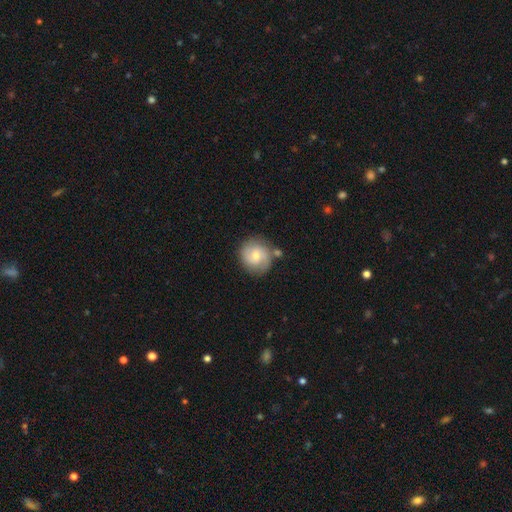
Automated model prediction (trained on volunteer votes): Smooth or featured? Predicted: featured or disk (p=0.56). Edge-on disk? Predicted: no (p=0.98). Bar? Predicted: no (p=0.60). Spiral arms? Predicted: yes (p=0.88). Bulge size? Predicted: moderate (p=0.50). Merging? Predicted: none (p=0.74).